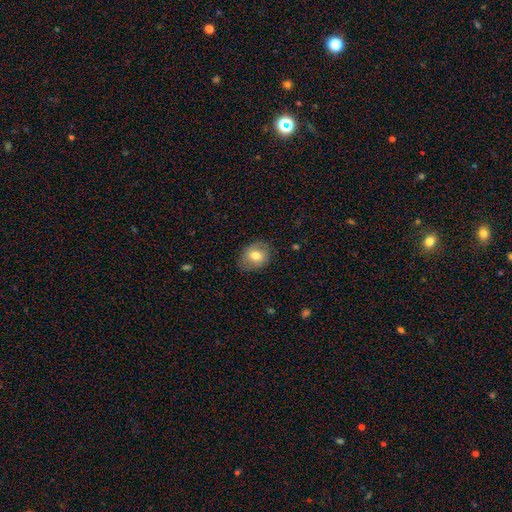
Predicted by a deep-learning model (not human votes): Smooth or featured: smooth — 72% (featured or disk — 20%)
How rounded: round — 50% (in between — 49%)
Merging: none — 75% (minor disturbance — 19%)